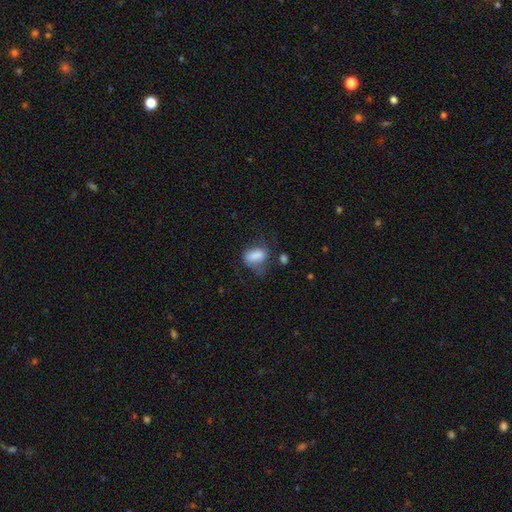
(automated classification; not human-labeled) Smooth or featured? Predicted: smooth (p=0.77). How rounded? Predicted: in between (p=0.85). Merging? Predicted: none (p=0.36).